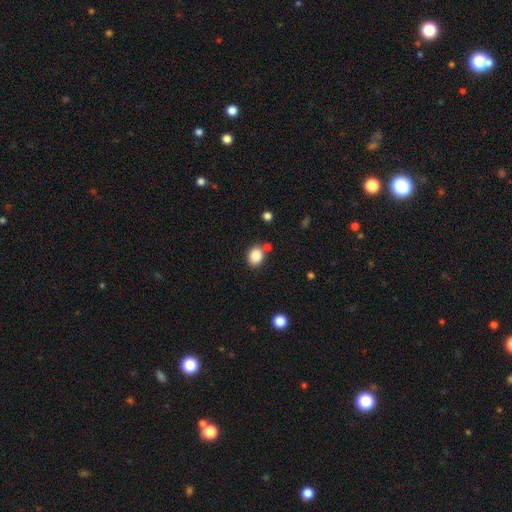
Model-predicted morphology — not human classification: Smooth or featured?
  - smooth: 86% *
  - star or artifact: 9%
  - featured or disk: 4%
How rounded?
  - round: 60% *
  - in between: 39%
  - cigar-shaped: 1%
Merging?
  - none: 73% *
  - minor disturbance: 12%
  - merger: 12%
  - major disturbance: 4%